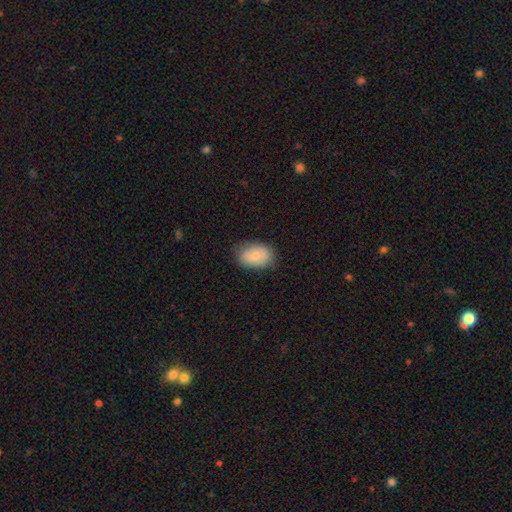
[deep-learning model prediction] smooth_or_featured: smooth (p=0.77) [alt: featured or disk p=0.16]
how_rounded: in between (p=0.84) [alt: round p=0.15]
merging: none (p=0.77) [alt: minor disturbance p=0.18]